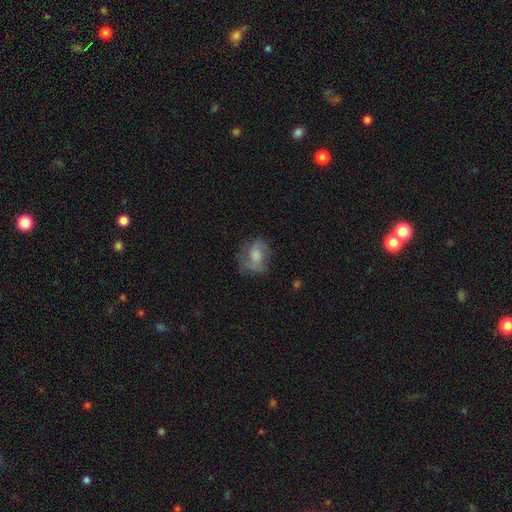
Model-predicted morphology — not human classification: This is possibly a smooth galaxy (47%). Merging: possibly none (56%).